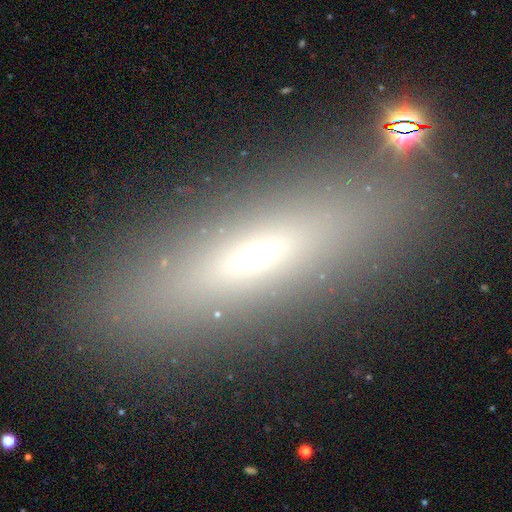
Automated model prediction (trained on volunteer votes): This appears to be a smooth galaxy with no disk features (47%). Merging: none (84%).